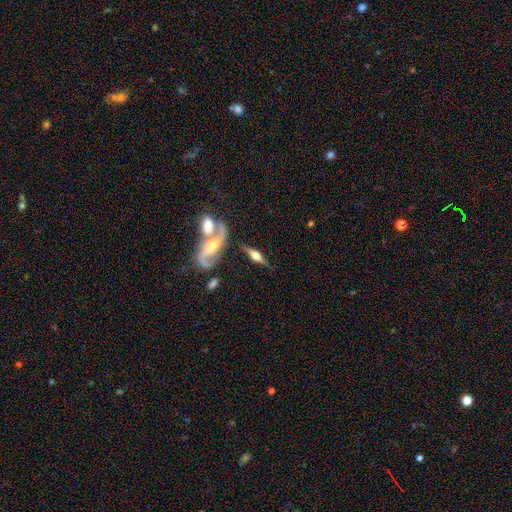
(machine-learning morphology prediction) Smooth or featured? featured or disk (75%)
Edge-on disk? yes (87%)
Edge-on bulge? rounded (93%)
Merging? none (66%)